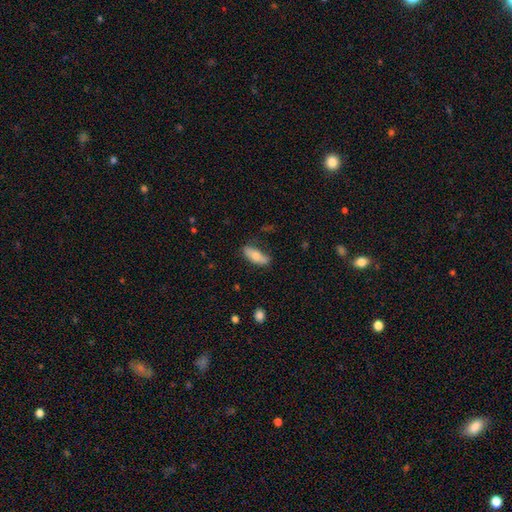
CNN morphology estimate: smooth_or_featured: smooth (p=0.71) [alt: featured or disk p=0.22]
how_rounded: in between (p=0.71) [alt: cigar-shaped p=0.26]
merging: none (p=0.69) [alt: minor disturbance p=0.23]